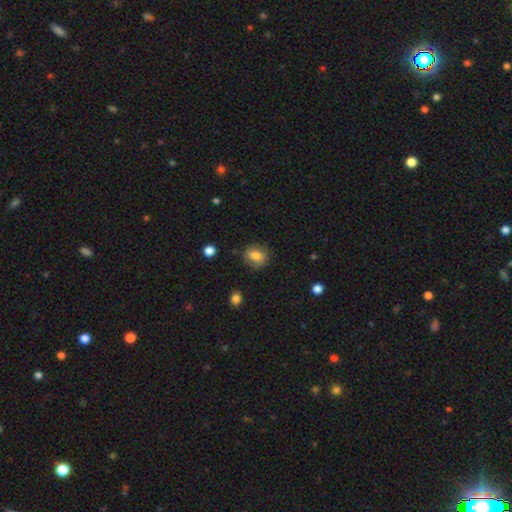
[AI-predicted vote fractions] Morphology: type=smooth (78%); roundness=round (58%); merging=none (80%).